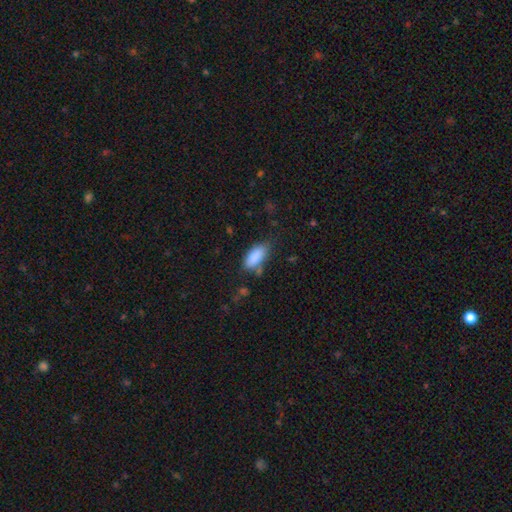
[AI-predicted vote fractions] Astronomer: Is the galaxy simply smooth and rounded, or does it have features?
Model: smooth — 87%.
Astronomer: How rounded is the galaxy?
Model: in between — 88%.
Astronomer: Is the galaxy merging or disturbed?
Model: none — 61%.